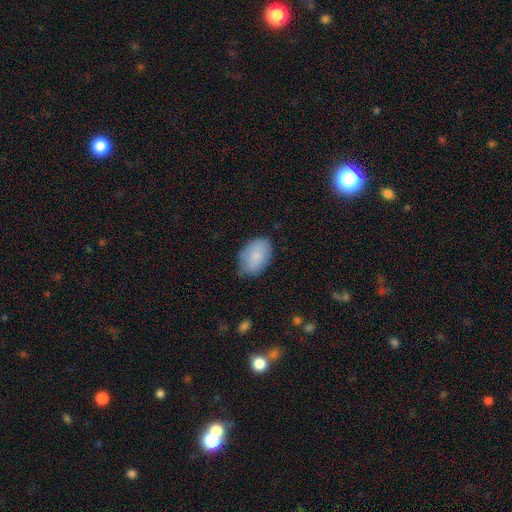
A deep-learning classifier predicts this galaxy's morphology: This is clearly a smooth galaxy (84%). How rounded: clearly in between (89%). Merging: likely none (71%).